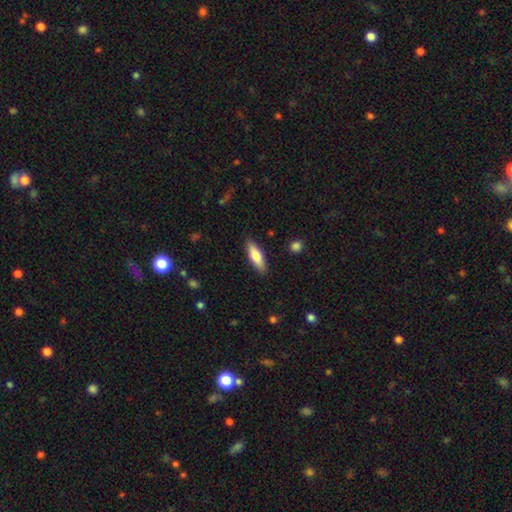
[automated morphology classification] Smooth or featured? Predicted: smooth (p=0.72). How rounded? Predicted: cigar-shaped (p=0.50). Merging? Predicted: none (p=0.88).